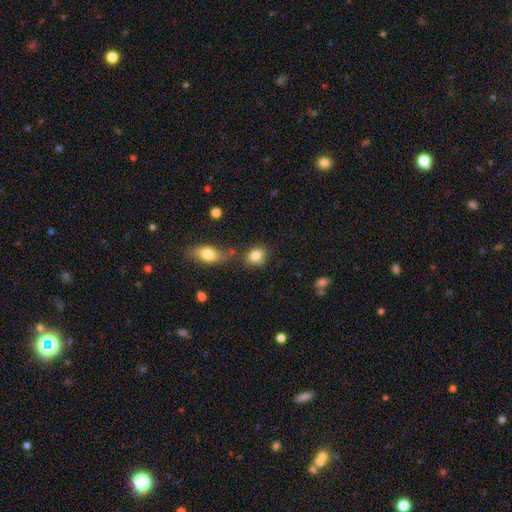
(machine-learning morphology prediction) A smooth galaxy with no disk features (84%) that is round (51%).

Vote fractions:
- Smooth or featured? smooth: 84% / star or artifact: 9% / featured or disk: 7%
- How rounded? round: 51% / in between: 48% / cigar-shaped: 2%
- Merging? none: 63% / merger: 16% / minor disturbance: 15% / major disturbance: 5%